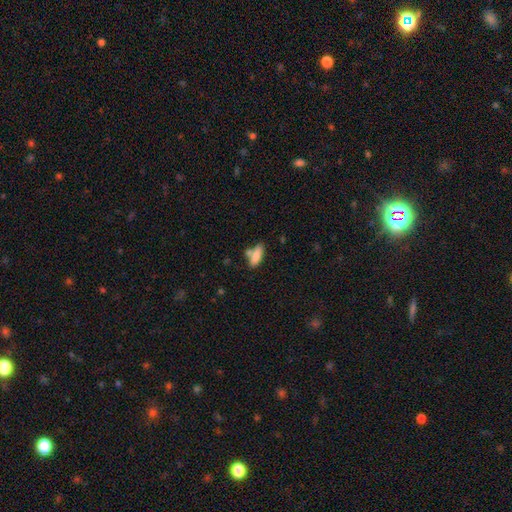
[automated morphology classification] Q: Smooth or featured?
A: smooth (81%); runner-up: featured or disk (11%)
Q: How rounded?
A: in between (64%); runner-up: cigar-shaped (33%)
Q: Merging?
A: none (55%); runner-up: merger (23%)